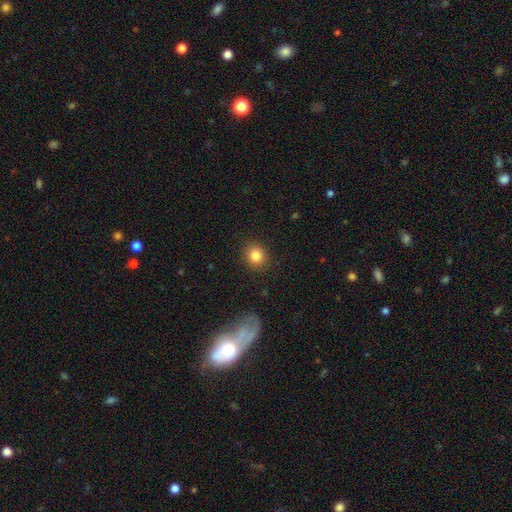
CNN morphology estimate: Overall: smooth (83%). How rounded: round (80%). Merging: none (89%).